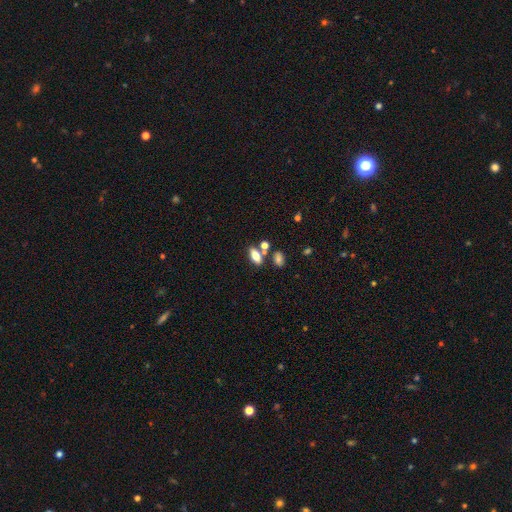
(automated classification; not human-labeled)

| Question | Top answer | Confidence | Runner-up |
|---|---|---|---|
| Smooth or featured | smooth | 75% | featured or disk (15%) |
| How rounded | in between | 82% | cigar-shaped (11%) |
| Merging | none | 60% | merger (25%) |